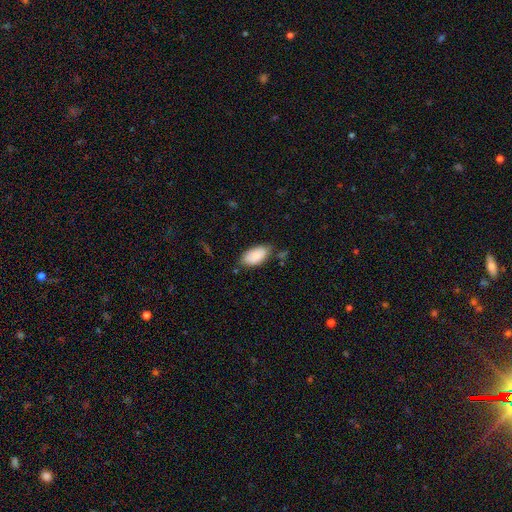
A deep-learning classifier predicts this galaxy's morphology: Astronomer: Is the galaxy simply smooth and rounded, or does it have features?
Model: smooth — 89%.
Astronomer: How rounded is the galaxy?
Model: in between — 95%.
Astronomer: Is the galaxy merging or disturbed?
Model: none — 72%.